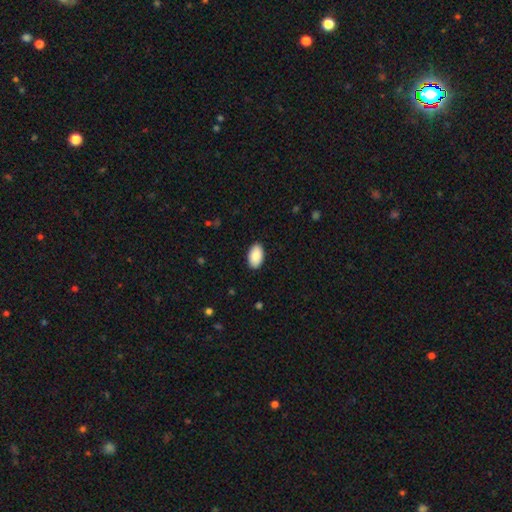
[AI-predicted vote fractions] Smooth or featured? Predicted: smooth (p=0.89). How rounded? Predicted: in between (p=0.95). Merging? Predicted: none (p=0.89).